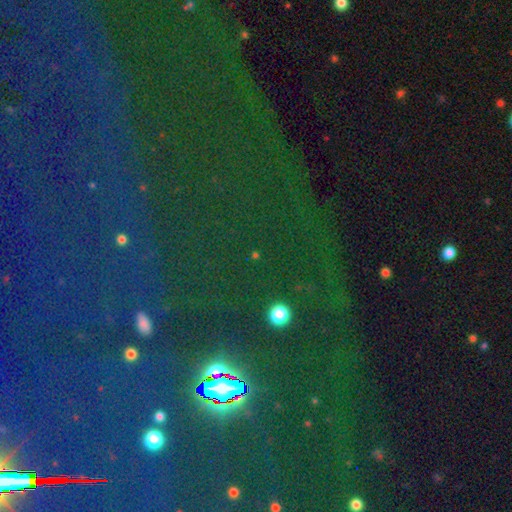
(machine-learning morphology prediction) This appears to be a star or artifact, not a galaxy (56%).